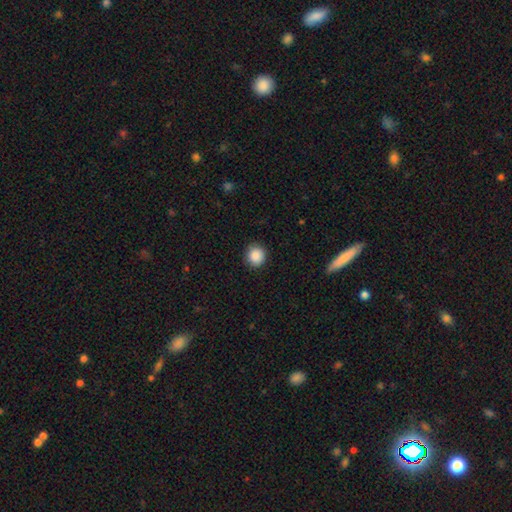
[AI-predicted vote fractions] smooth 88%, star or artifact 9%, featured or disk 3%. Down the decision tree: how rounded — round (91%); merging — none (89%).